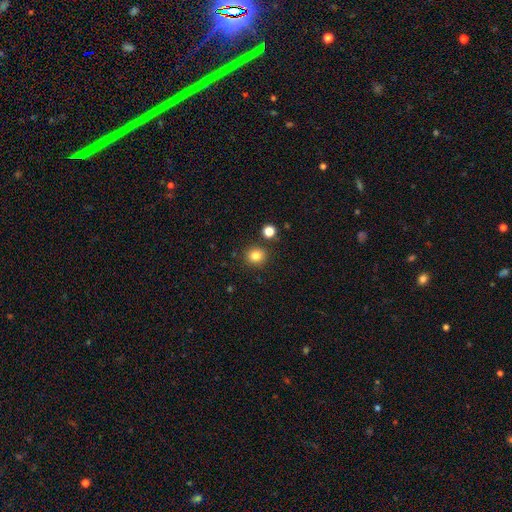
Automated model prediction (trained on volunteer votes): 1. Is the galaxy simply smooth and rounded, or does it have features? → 82% smooth, 12% star or artifact, 6% featured or disk.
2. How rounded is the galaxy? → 87% round, 12% in between, 1% cigar-shaped.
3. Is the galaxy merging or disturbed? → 86% none, 7% minor disturbance, 5% merger, 2% major disturbance.